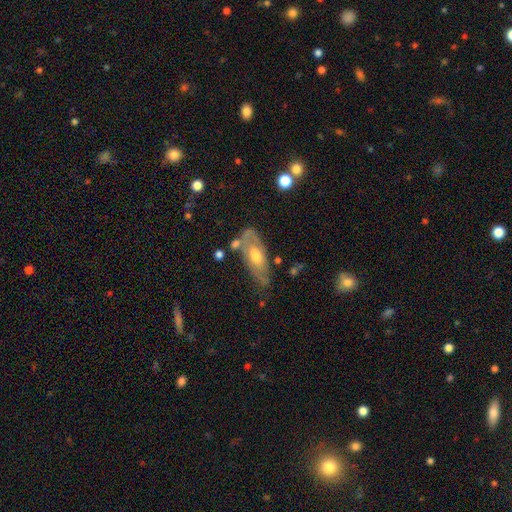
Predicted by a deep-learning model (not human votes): The model was most divided on "smooth or featured": featured or disk: 54%, smooth: 40%, star or artifact: 6%. More confident: edge-on disk — no (77%); merging — none (56%).